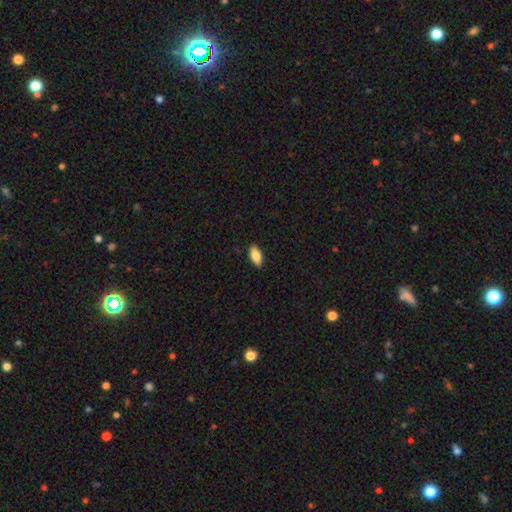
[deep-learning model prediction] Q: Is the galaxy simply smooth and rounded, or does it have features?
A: smooth — 84%.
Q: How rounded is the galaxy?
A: in between — 88%.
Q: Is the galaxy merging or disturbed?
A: none — 88%.